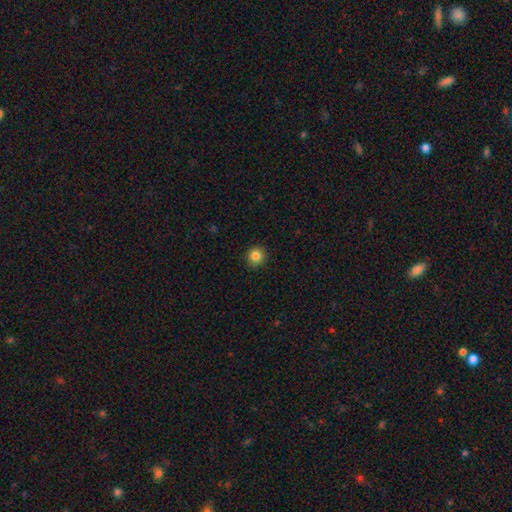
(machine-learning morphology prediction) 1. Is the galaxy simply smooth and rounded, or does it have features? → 84% smooth, 11% star or artifact, 5% featured or disk.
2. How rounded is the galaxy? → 91% round, 8% in between, 1% cigar-shaped.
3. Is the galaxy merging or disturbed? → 90% none, 7% minor disturbance, 2% major disturbance, 1% merger.